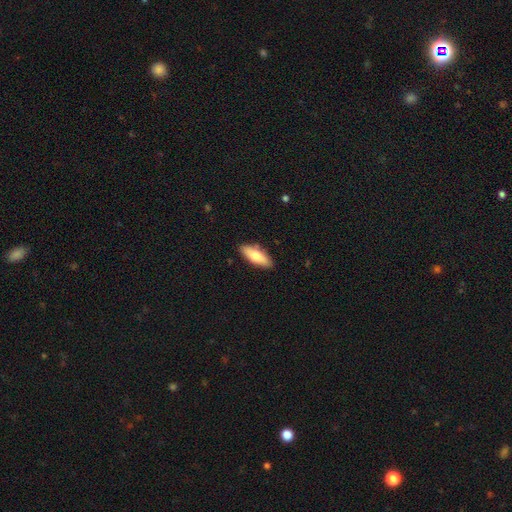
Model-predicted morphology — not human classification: Smooth or featured: smooth — 74% (featured or disk — 20%)
How rounded: in between — 64% (cigar-shaped — 33%)
Merging: none — 86% (minor disturbance — 10%)